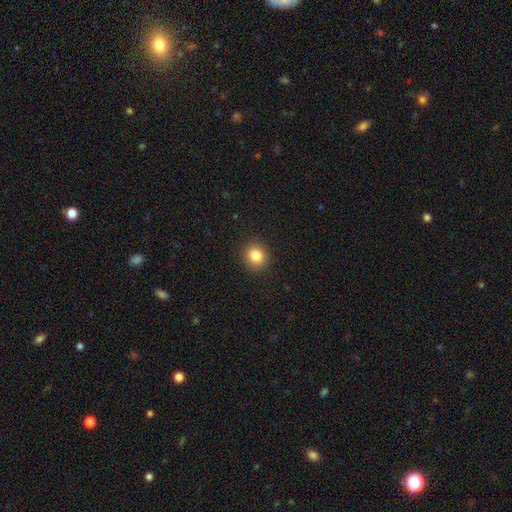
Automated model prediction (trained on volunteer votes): This appears to be a smooth galaxy with no disk features (83%) that is round (89%). Merging: none (91%).